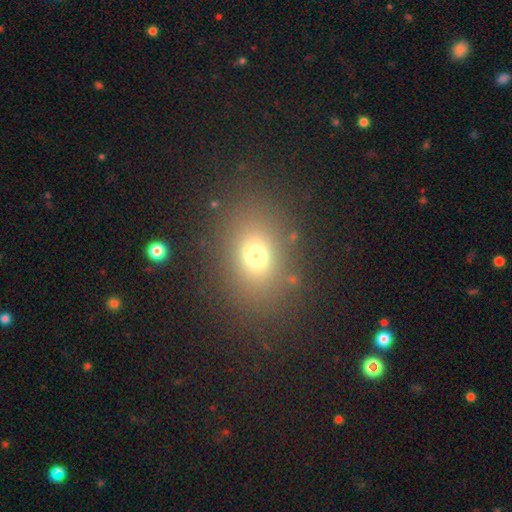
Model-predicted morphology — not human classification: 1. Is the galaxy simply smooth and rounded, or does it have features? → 70% smooth, 18% star or artifact, 12% featured or disk.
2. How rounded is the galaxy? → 57% in between, 42% round, 1% cigar-shaped.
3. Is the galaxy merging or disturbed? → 81% none, 10% minor disturbance, 6% major disturbance, 3% merger.